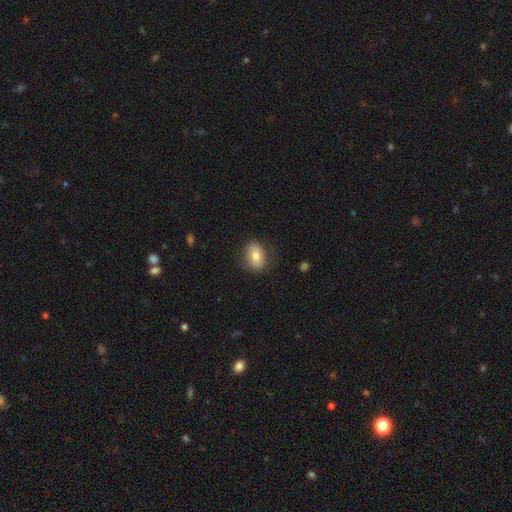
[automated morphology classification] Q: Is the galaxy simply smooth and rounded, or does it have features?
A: smooth — 76%.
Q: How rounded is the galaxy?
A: in between — 78%.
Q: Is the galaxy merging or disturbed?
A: none — 81%.